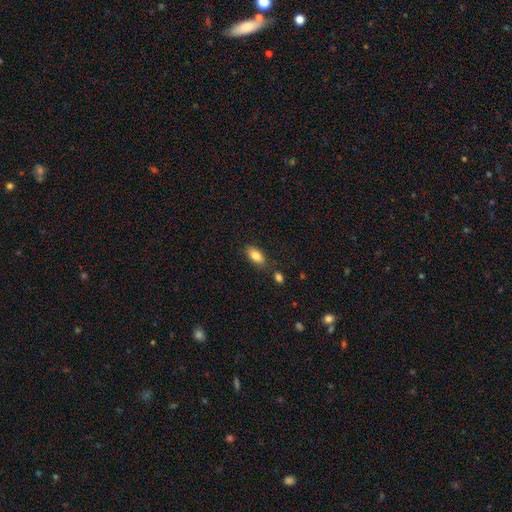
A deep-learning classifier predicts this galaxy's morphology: A smooth galaxy with no disk features (84%) that is in between round and cigar-shaped (90%).

Vote fractions:
- Smooth or featured? smooth: 84% / featured or disk: 9% / star or artifact: 7%
- How rounded? in between: 90% / cigar-shaped: 7% / round: 3%
- Merging? none: 77% / minor disturbance: 14% / merger: 6% / major disturbance: 3%